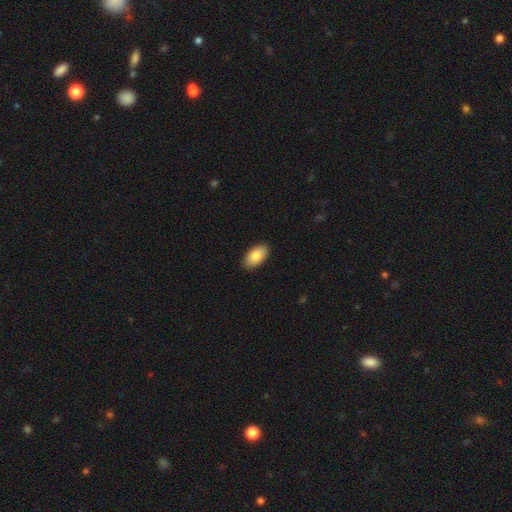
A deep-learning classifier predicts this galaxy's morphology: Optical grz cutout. It shows a smooth galaxy with no disk features (84%) that is in between round and cigar-shaped (95%). Merging: none (89%).